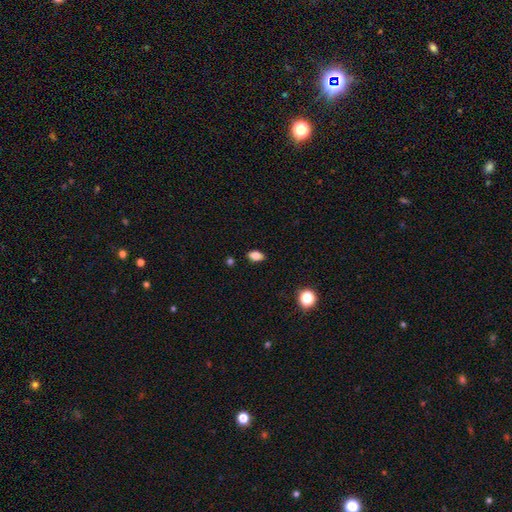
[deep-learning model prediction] A smooth galaxy with no disk features (81%) that is in between round and cigar-shaped (87%). Merging: none (87%).